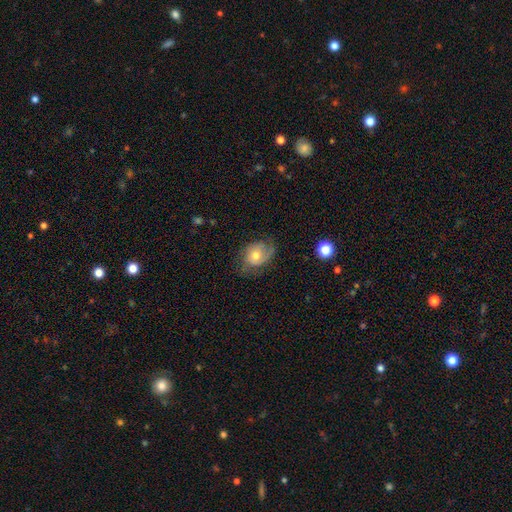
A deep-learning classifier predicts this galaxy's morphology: Smooth or featured? featured or disk (47%)
Merging? none (58%)